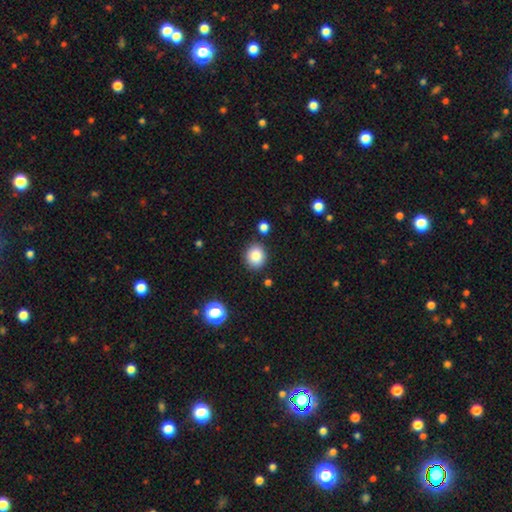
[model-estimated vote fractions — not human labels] This is clearly a smooth galaxy (86%). How rounded: likely round (76%). Merging: clearly none (84%).